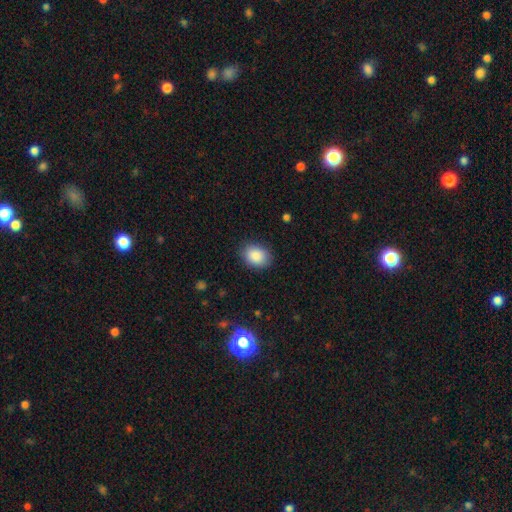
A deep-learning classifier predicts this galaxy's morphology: smooth 88%, star or artifact 8%, featured or disk 4%. Down the decision tree: how rounded — in between (64%); merging — none (86%).